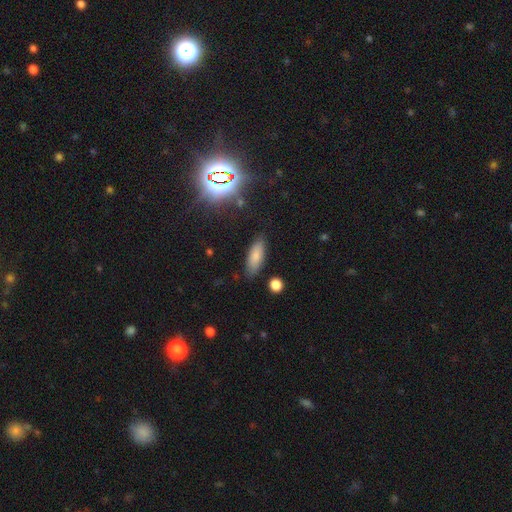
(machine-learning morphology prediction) A smooth galaxy with no disk features (82%) that is in between round and cigar-shaped (69%).

Vote fractions:
- Smooth or featured? smooth: 82% / featured or disk: 10% / star or artifact: 9%
- How rounded? in between: 69% / cigar-shaped: 29% / round: 2%
- Merging? none: 84% / minor disturbance: 11% / major disturbance: 3% / merger: 2%